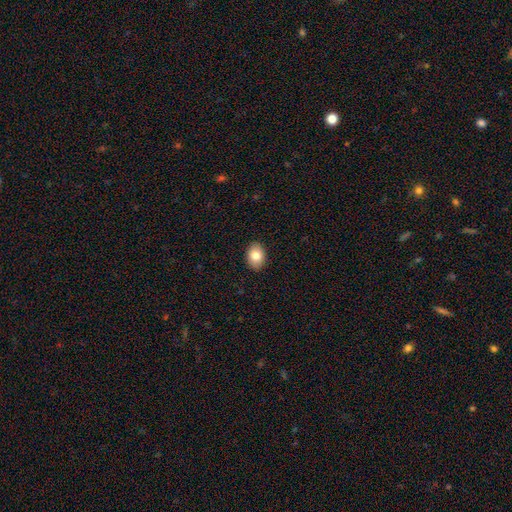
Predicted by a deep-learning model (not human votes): The model was most divided on "how rounded": in between: 78%, round: 21%, cigar-shaped: 1%. More confident: merging — none (90%); smooth or featured — smooth (83%).